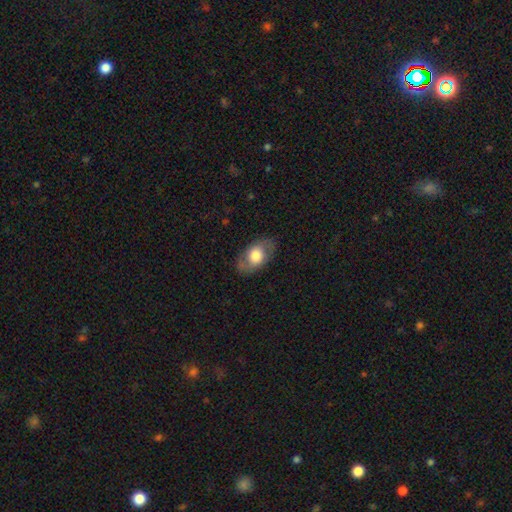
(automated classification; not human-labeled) smooth 59%, featured or disk 34%, star or artifact 6%. Down the decision tree: how rounded — in between (88%); merging — none (79%).